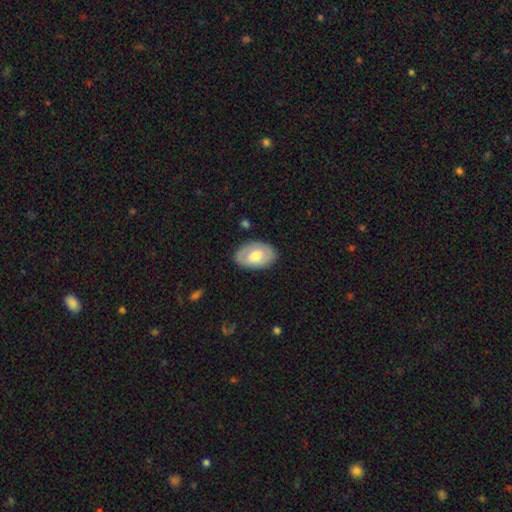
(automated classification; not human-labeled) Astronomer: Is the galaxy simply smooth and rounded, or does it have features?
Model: smooth — 54% (runner-up: featured or disk, 40%).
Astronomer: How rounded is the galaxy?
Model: in between — 89%.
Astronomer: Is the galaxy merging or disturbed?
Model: none — 82%.